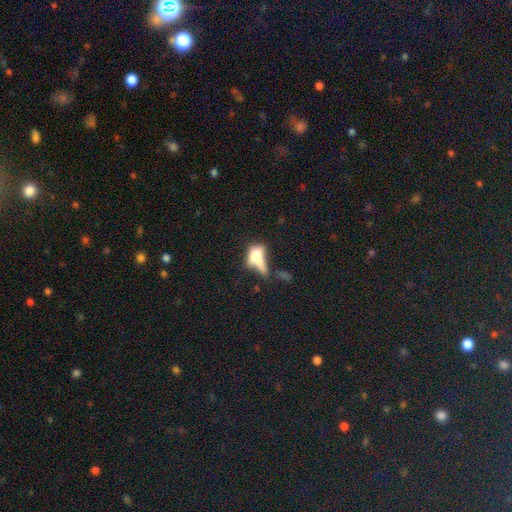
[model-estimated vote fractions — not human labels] smooth 57%, featured or disk 30%, star or artifact 13%. Down the decision tree: how rounded — in between (66%); merging — major disturbance (32%).